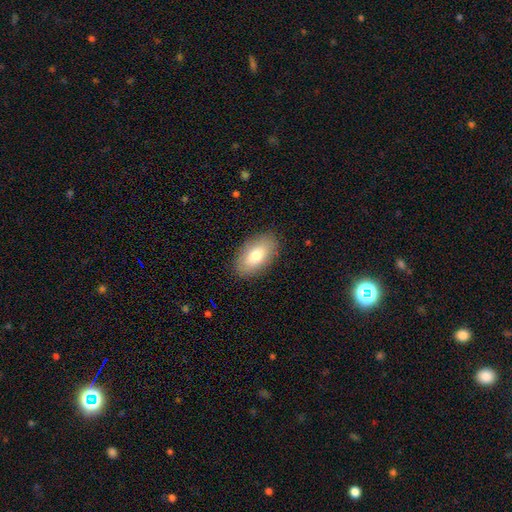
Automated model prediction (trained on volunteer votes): This appears to be a smooth galaxy with no disk features (75%) that is in between round and cigar-shaped (93%). Merging: none (87%).